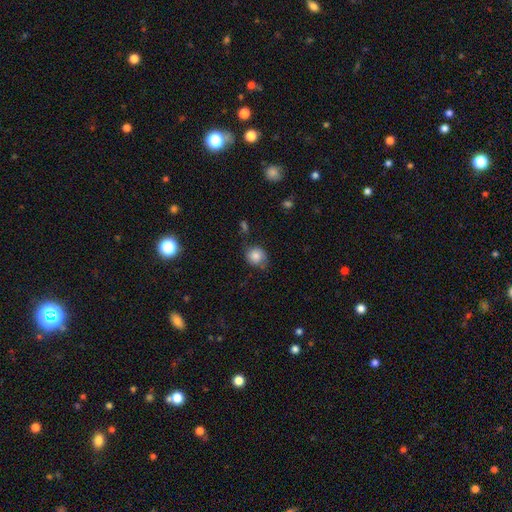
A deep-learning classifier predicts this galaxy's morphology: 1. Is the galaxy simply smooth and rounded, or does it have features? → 83% smooth, 9% star or artifact, 8% featured or disk.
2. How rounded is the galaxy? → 78% round, 21% in between, 1% cigar-shaped.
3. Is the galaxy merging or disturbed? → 64% none, 26% minor disturbance, 7% major disturbance, 3% merger.